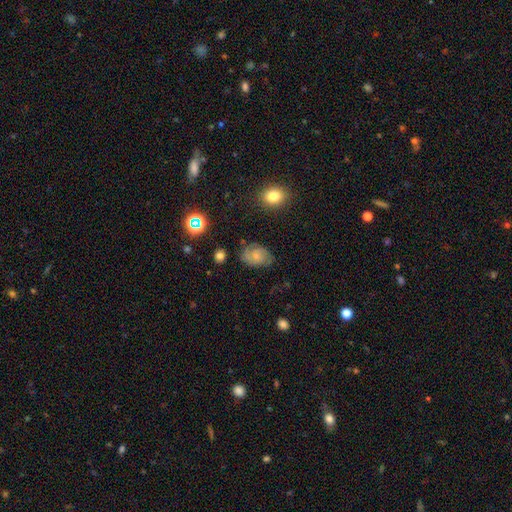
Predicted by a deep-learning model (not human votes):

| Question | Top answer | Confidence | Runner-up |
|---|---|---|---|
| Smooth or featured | featured or disk | 56% | smooth (33%) |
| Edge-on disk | no | 97% | yes (3%) |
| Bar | no | 64% | weak (31%) |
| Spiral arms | yes | 88% | no (12%) |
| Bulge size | small | 44% | none (28%) |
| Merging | none | 68% | minor disturbance (22%) |